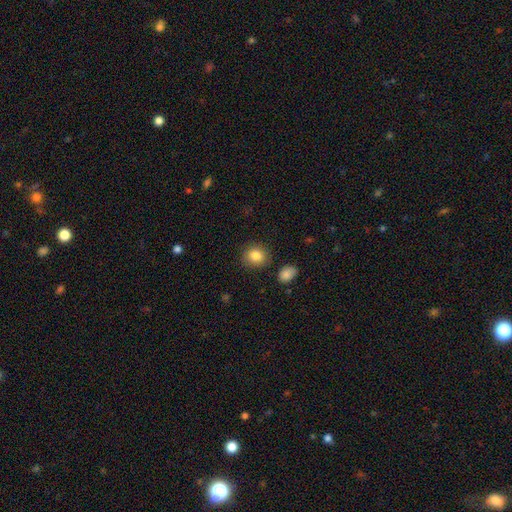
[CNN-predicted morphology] smooth 85%, star or artifact 9%, featured or disk 6%. Down the decision tree: how rounded — round (74%); merging — none (87%).